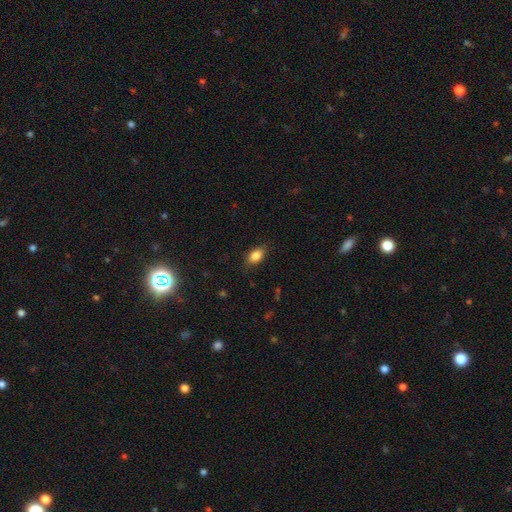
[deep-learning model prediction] smooth-or-featured: smooth: 85% | star or artifact: 9% | featured or disk: 6%
  how-rounded: in between: 86% | round: 10% | cigar-shaped: 4%
  merging: none: 82% | minor disturbance: 13% | major disturbance: 3% | merger: 1%